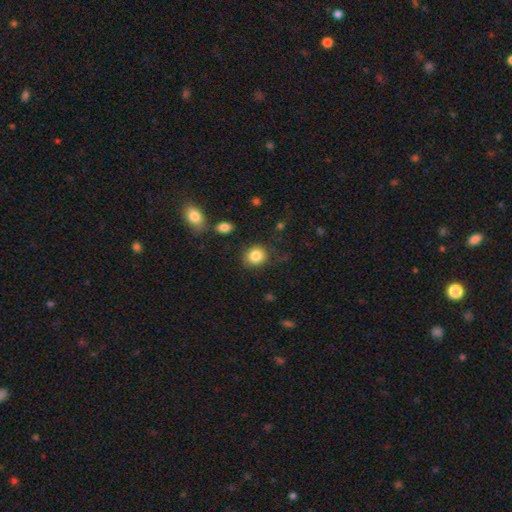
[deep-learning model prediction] Morphology: type=smooth (85%); roundness=round (78%); merging=none (81%).